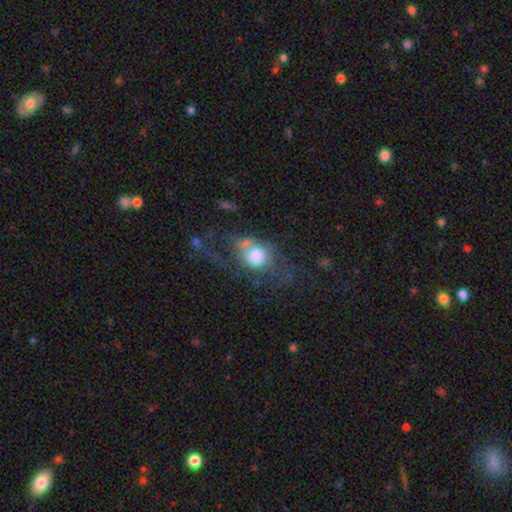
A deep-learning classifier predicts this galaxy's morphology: Smooth or featured? Predicted: smooth (p=0.60). How rounded? Predicted: round (p=0.59). Merging? Predicted: major disturbance (p=0.35).